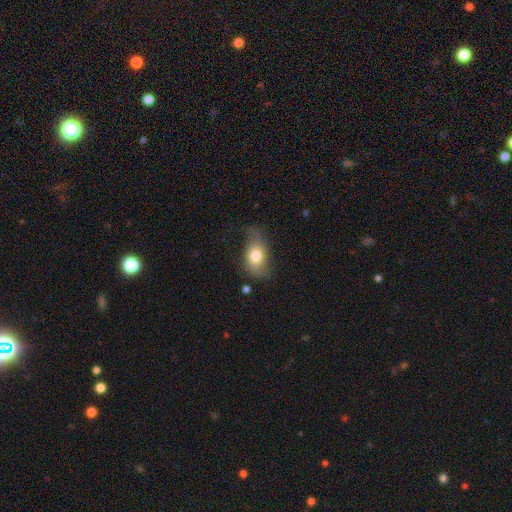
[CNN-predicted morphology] Smooth or featured? smooth (74%)
How rounded? in between (85%)
Merging? none (51%)